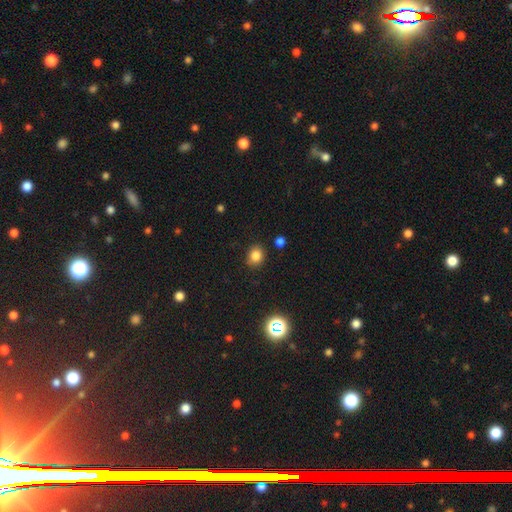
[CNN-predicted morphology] The model was most divided on "how rounded": round: 66%, in between: 33%, cigar-shaped: 1%. More confident: merging — none (85%); smooth or featured — smooth (82%).